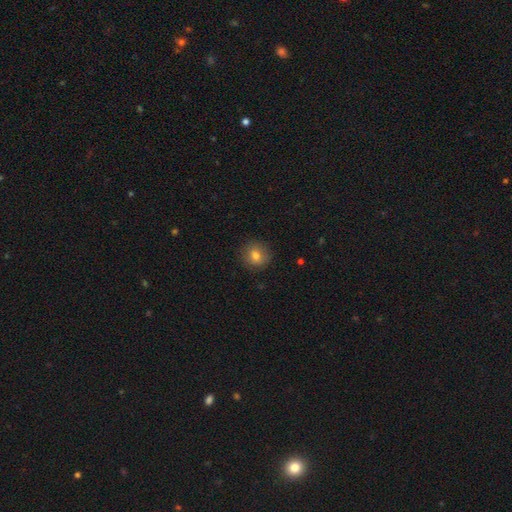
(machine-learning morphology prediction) This appears to be a smooth galaxy with no disk features (77%) that is round (84%). Merging: none (86%).